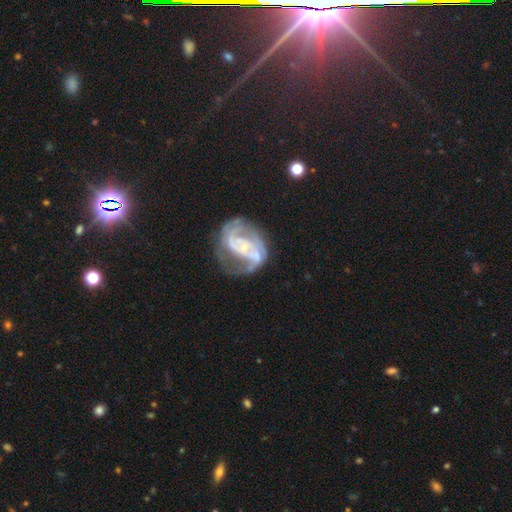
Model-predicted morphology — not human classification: A featured or disk galaxy (84%) with no bar (58%), 2 (55%) medium (44%) spiral arms (88%) and a small central bulge (72%).

Vote fractions:
- Smooth or featured? featured or disk: 84% / smooth: 10% / star or artifact: 6%
- Edge-on disk? no: 98% / yes: 2%
- Bar? no: 58% / weak: 32% / strong: 10%
- Spiral arms? yes: 88% / no: 12%
- Spiral winding? medium: 44% / tight: 36% / loose: 20%
- Spiral arm count? 2: 55% / can't tell: 20% / 3: 11% / 1: 8% / 4: 3% / more than 4: 3%
- Bulge size? small: 72% / moderate: 19% / none: 6% / large: 2% / dominant: 1%
- Merging? none: 38% / major disturbance: 32% / minor disturbance: 22% / merger: 8%